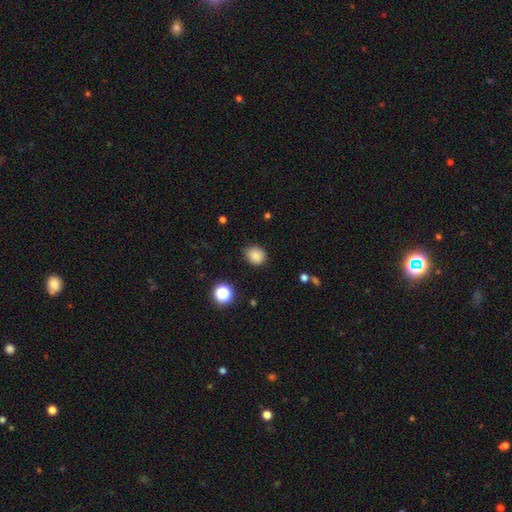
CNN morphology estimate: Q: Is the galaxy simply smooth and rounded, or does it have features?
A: smooth — 84%.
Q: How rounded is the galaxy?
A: round — 73%.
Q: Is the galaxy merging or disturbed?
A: none — 76%.